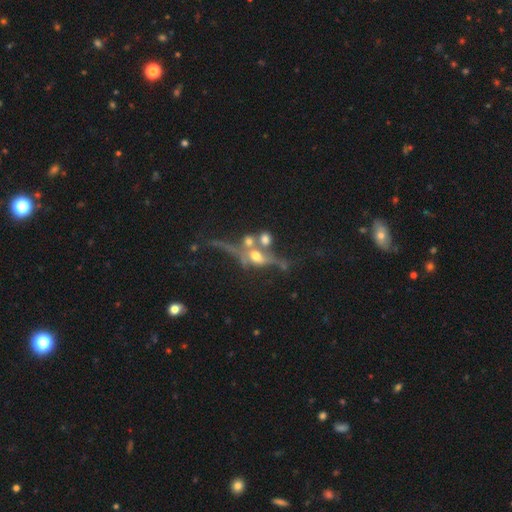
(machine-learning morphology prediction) Smooth or featured? Predicted: featured or disk (p=0.56). Edge-on disk? Predicted: yes (p=0.51). Merging? Predicted: merger (p=0.38).